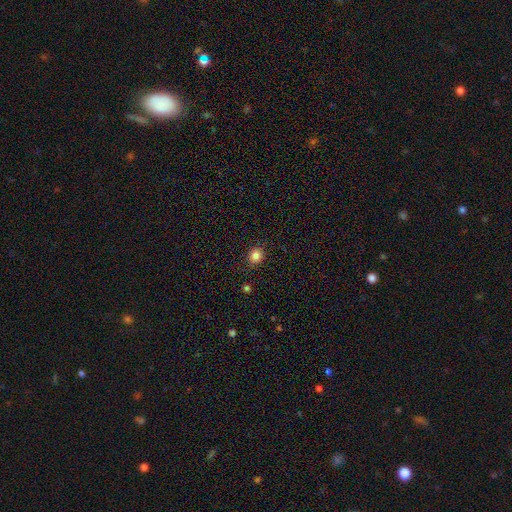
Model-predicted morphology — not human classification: Q: Smooth or featured?
A: smooth (83%); runner-up: star or artifact (12%)
Q: How rounded?
A: round (75%); runner-up: in between (24%)
Q: Merging?
A: none (87%); runner-up: minor disturbance (10%)